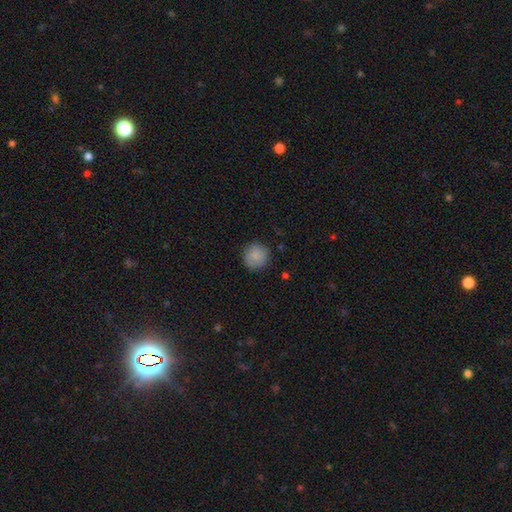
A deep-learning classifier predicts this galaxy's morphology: smooth-or-featured: smooth: 85% | star or artifact: 8% | featured or disk: 7%
  how-rounded: round: 94% | in between: 5% | cigar-shaped: 1%
  merging: none: 85% | minor disturbance: 11% | major disturbance: 3% | merger: 1%